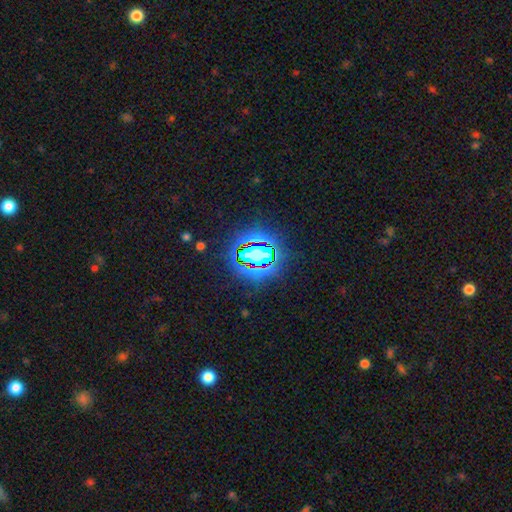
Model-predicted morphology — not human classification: This appears to be a star or artifact, not a galaxy (80%).